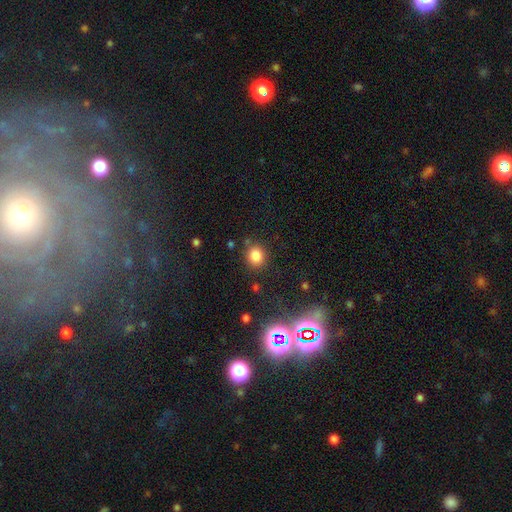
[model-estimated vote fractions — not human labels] Smooth or featured?
  - smooth: 81% *
  - star or artifact: 13%
  - featured or disk: 6%
How rounded?
  - round: 73% *
  - in between: 26%
  - cigar-shaped: 1%
Merging?
  - none: 83% *
  - minor disturbance: 10%
  - merger: 4%
  - major disturbance: 3%